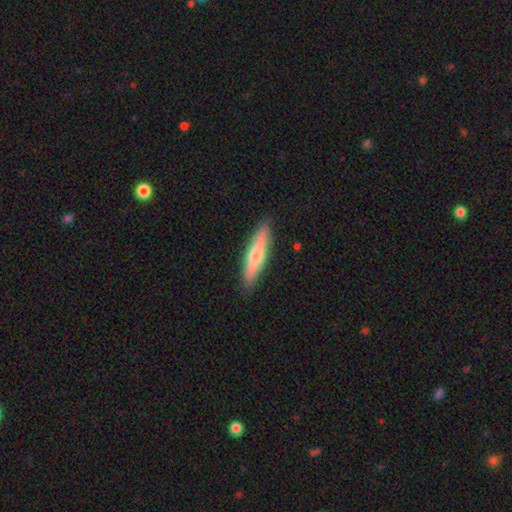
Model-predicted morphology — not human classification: This appears to be a smooth galaxy with no disk features (62%) that is cigar-shaped (81%). Merging: none (89%).